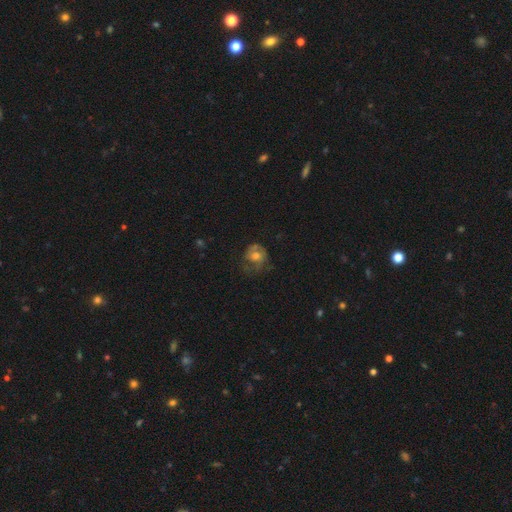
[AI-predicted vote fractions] Q: Smooth or featured?
A: featured or disk (47%); runner-up: smooth (43%)
Q: Merging?
A: none (48%); runner-up: minor disturbance (25%)